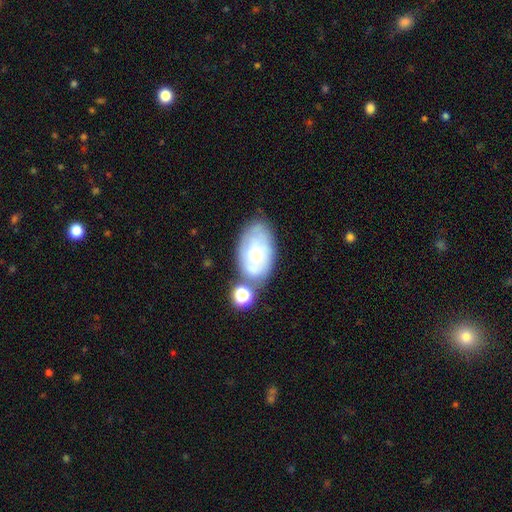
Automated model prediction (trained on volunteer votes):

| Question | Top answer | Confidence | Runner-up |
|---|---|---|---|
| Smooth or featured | smooth | 46% | featured or disk (45%) |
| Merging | none | 54% | minor disturbance (22%) |